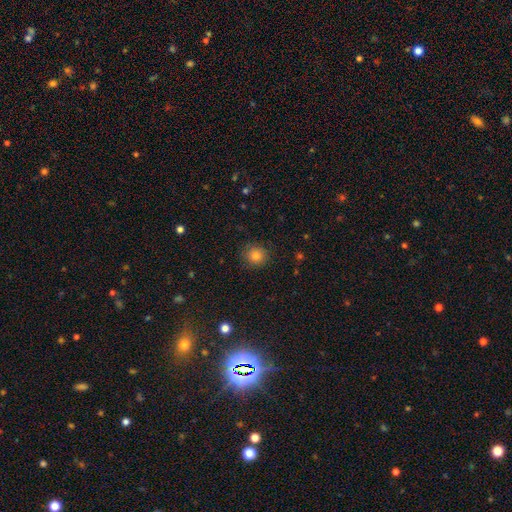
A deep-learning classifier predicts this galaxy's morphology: Smooth or featured: smooth — 83% (star or artifact — 12%)
How rounded: round — 90% (in between — 9%)
Merging: none — 88% (minor disturbance — 8%)